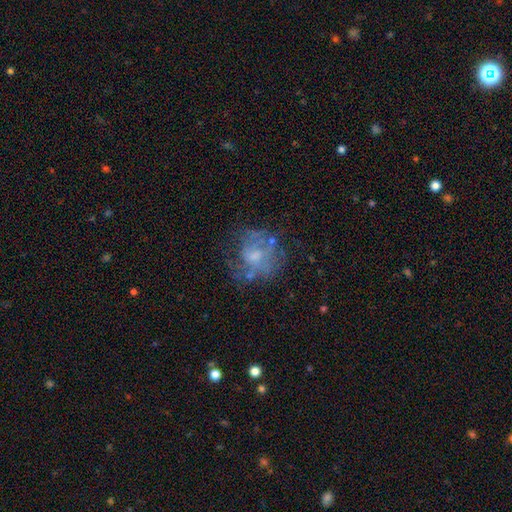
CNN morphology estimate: smooth-or-featured: featured or disk: 57% | smooth: 32% | star or artifact: 12%
  disk-edge-on: no: 98% | yes: 2%
    bar: no: 73% | weak: 23% | strong: 4%
    has-spiral-arms: no: 62% | yes: 38%
    bulge-size: moderate: 40% | small: 34% | none: 20% | large: 5% | dominant: 1%
  merging: none: 51% | major disturbance: 23% | minor disturbance: 22% | merger: 4%